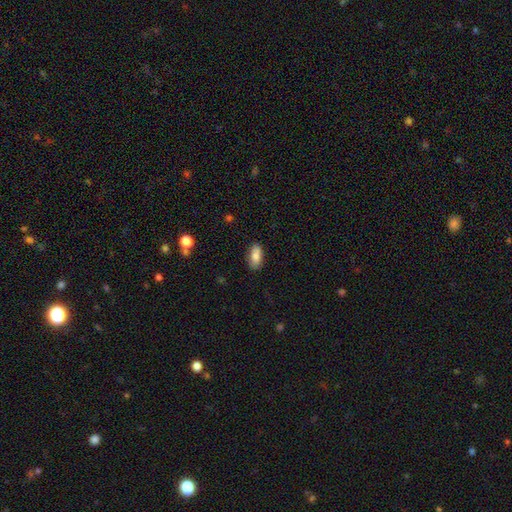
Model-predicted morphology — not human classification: The model was most divided on "smooth or featured": smooth: 82%, featured or disk: 11%, star or artifact: 7%. More confident: how rounded — in between (87%); merging — none (84%).